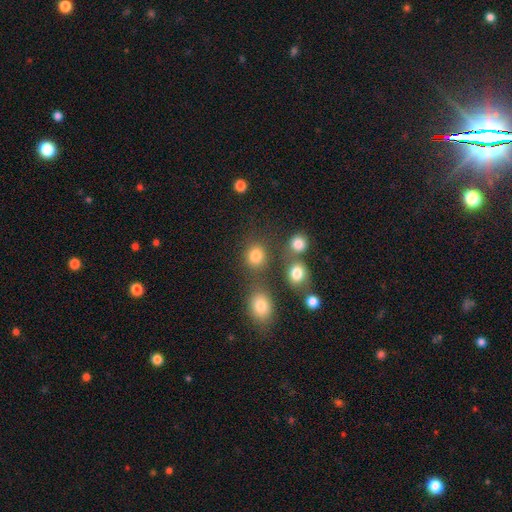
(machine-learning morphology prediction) A smooth galaxy with no disk features (81%) that is round (80%). Merging: none (70%).